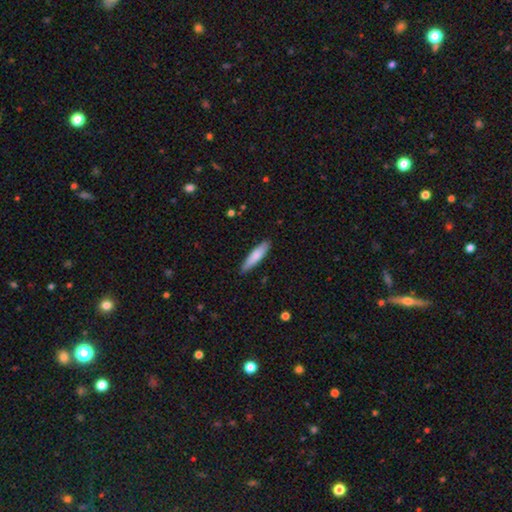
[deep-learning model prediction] Q: Smooth or featured?
A: smooth (78%); runner-up: featured or disk (16%)
Q: How rounded?
A: cigar-shaped (77%); runner-up: in between (21%)
Q: Merging?
A: none (85%); runner-up: minor disturbance (12%)